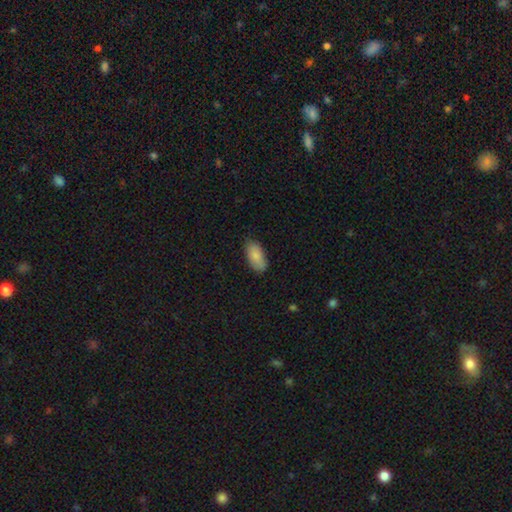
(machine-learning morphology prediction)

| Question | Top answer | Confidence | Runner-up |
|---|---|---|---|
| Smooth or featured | smooth | 85% | featured or disk (8%) |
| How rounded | in between | 92% | cigar-shaped (6%) |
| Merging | none | 80% | minor disturbance (16%) |